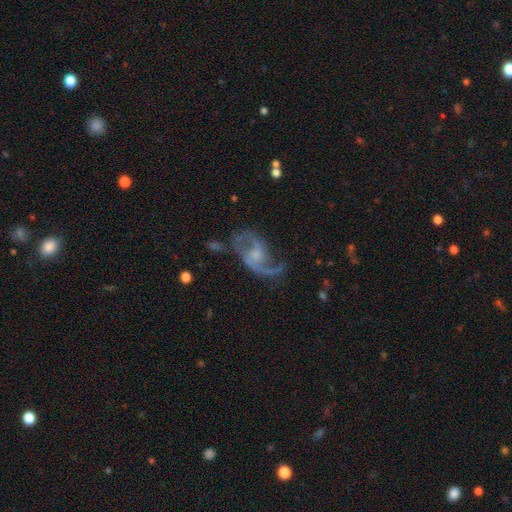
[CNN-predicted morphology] Overall: featured or disk (86%). Edge-on disk: no (97%). Bar: no (53%; weak 40%). Spiral arms: yes (94%). Spiral arm count: 2 (83%). Spiral winding: loose (54%; medium 38%). Bulge size: small (44%; moderate 33%). Merging: none (54%; major disturbance 21%).